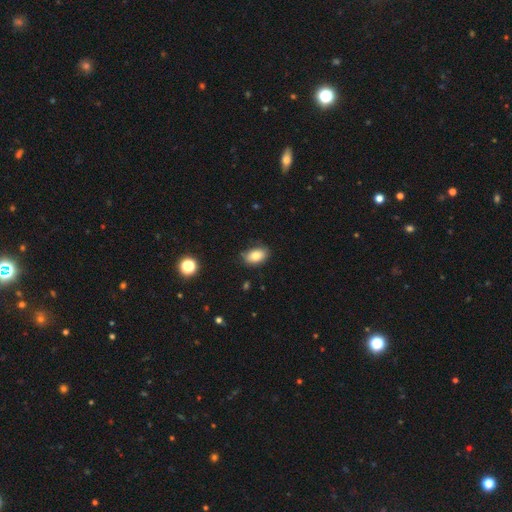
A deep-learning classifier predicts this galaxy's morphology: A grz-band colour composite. It shows a smooth galaxy with no disk features (83%) that is in between round and cigar-shaped (89%). Merging: none (81%).